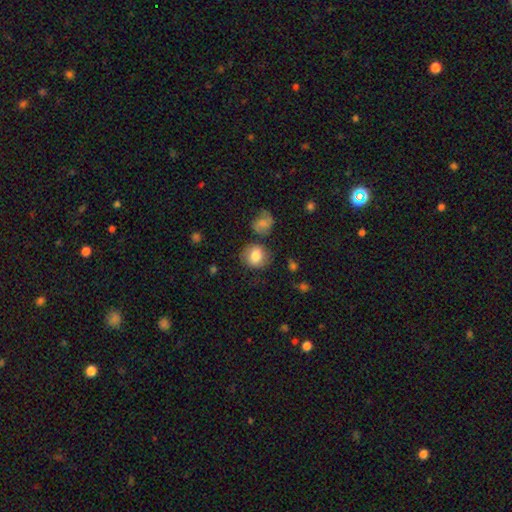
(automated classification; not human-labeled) Smooth or featured: smooth — 79% (featured or disk — 12%)
How rounded: round — 69% (in between — 30%)
Merging: none — 75% (minor disturbance — 15%)